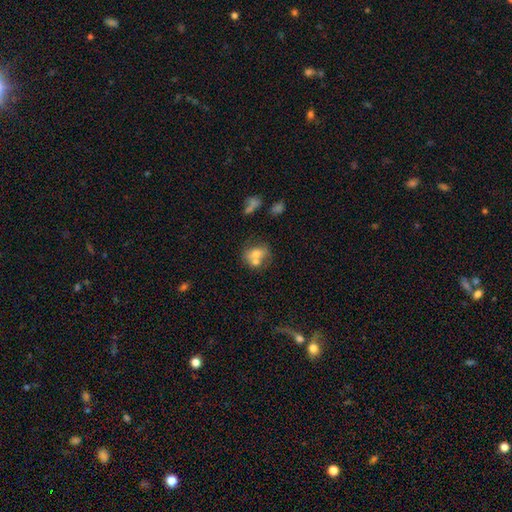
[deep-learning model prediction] smooth-or-featured: smooth: 66% | featured or disk: 24% | star or artifact: 10%
  how-rounded: round: 56% | in between: 43% | cigar-shaped: 1%
  merging: merger: 48% | none: 36% | minor disturbance: 11% | major disturbance: 5%